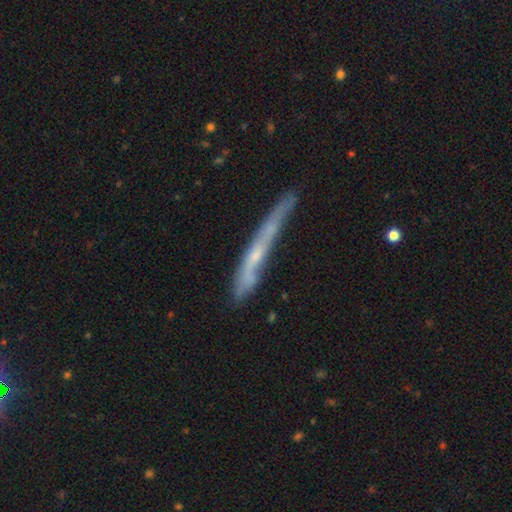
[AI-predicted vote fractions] Smooth or featured? featured or disk (58%)
Edge-on disk? yes (86%)
Merging? none (64%)